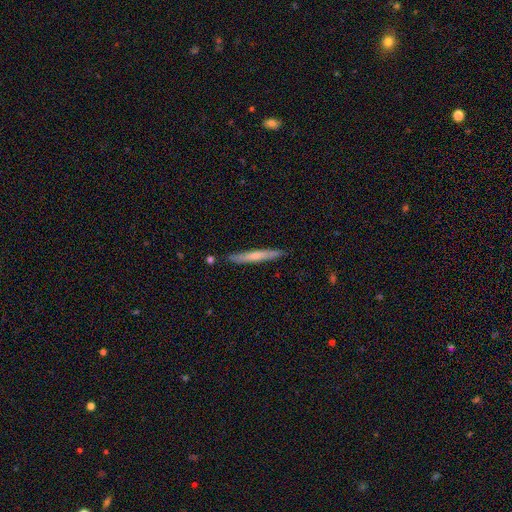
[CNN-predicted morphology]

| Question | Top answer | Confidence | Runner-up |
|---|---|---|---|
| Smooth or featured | smooth | 55% | featured or disk (40%) |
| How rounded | cigar-shaped | 95% | in between (3%) |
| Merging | none | 87% | minor disturbance (10%) |